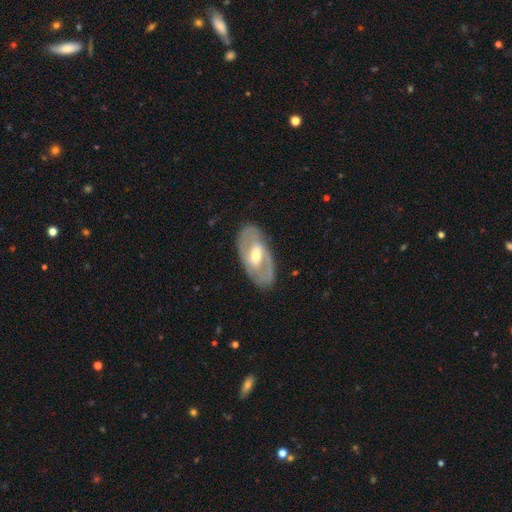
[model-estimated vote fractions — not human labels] Smooth or featured? Predicted: featured or disk (p=0.73). Edge-on disk? Predicted: no (p=0.91). Bar? Predicted: weak (p=0.43). Spiral arms? Predicted: yes (p=0.63). Bulge size? Predicted: moderate (p=0.62). Merging? Predicted: none (p=0.82).